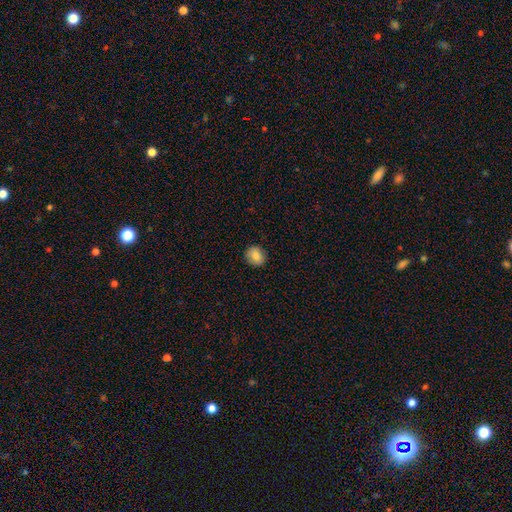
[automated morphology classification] type=smooth (83%); roundness=round (68%); merging=none (87%).